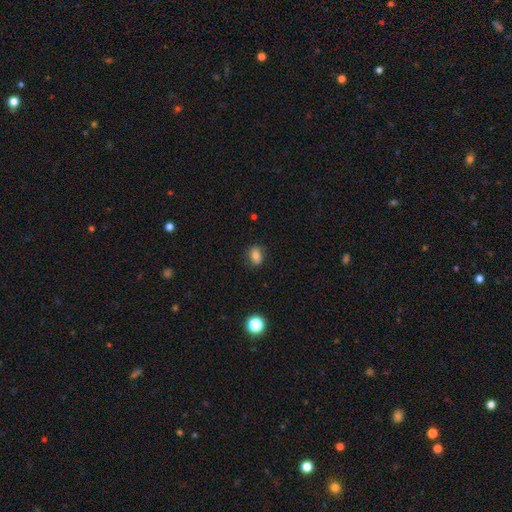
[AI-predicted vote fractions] Smooth or featured: smooth — 79% (star or artifact — 11%)
How rounded: in between — 75% (round — 23%)
Merging: none — 82% (minor disturbance — 14%)